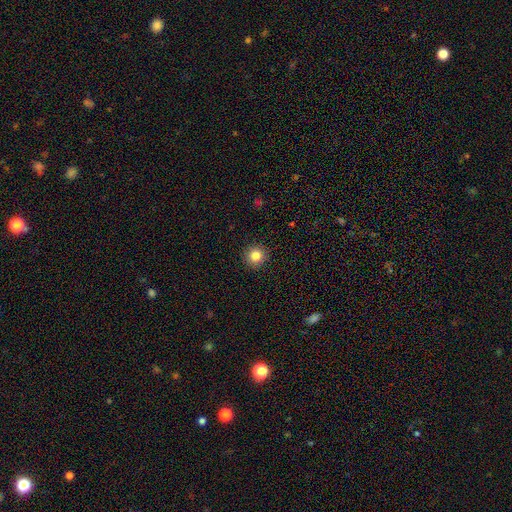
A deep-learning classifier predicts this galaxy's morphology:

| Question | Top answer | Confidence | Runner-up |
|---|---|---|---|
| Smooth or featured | smooth | 84% | star or artifact (11%) |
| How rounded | round | 95% | in between (4%) |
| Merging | none | 92% | minor disturbance (5%) |